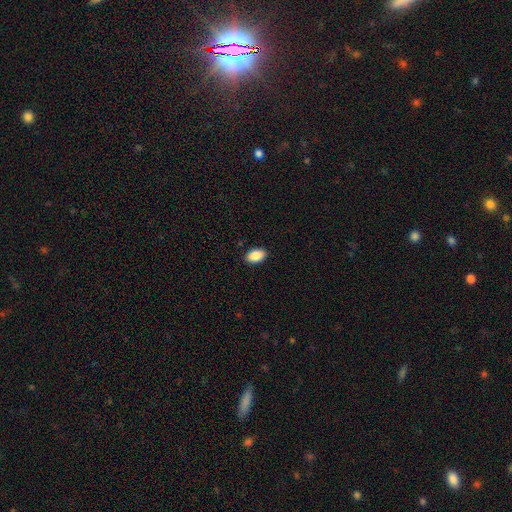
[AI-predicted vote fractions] Q: Smooth or featured?
A: smooth (89%); runner-up: star or artifact (7%)
Q: How rounded?
A: in between (91%); runner-up: round (8%)
Q: Merging?
A: none (90%); runner-up: minor disturbance (8%)